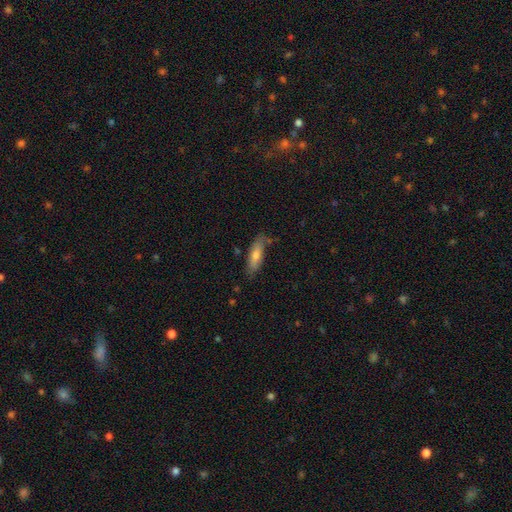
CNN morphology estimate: A smooth galaxy with no disk features (71%) that is cigar-shaped (50%).

Vote fractions:
- Smooth or featured? smooth: 71% / featured or disk: 23% / star or artifact: 6%
- How rounded? cigar-shaped: 50% / in between: 48% / round: 2%
- Merging? none: 70% / minor disturbance: 21% / major disturbance: 4% / merger: 4%